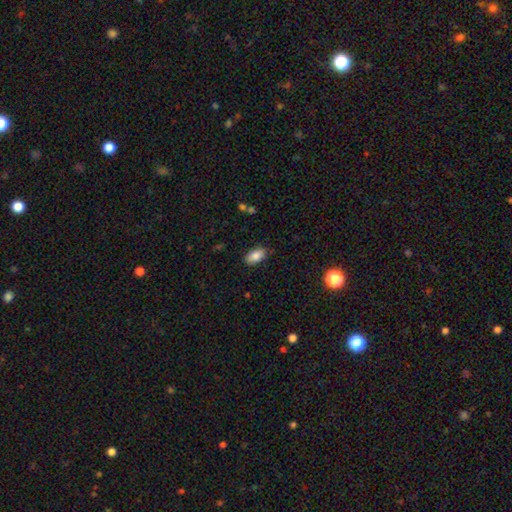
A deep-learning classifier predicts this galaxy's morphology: This is clearly a smooth galaxy (82%). How rounded: clearly in between (92%). Merging: clearly none (83%).